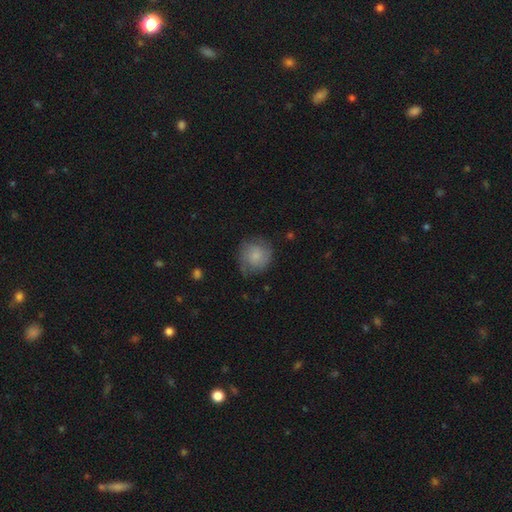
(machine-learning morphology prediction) type=smooth (63%); roundness=round (87%); merging=none (65%).